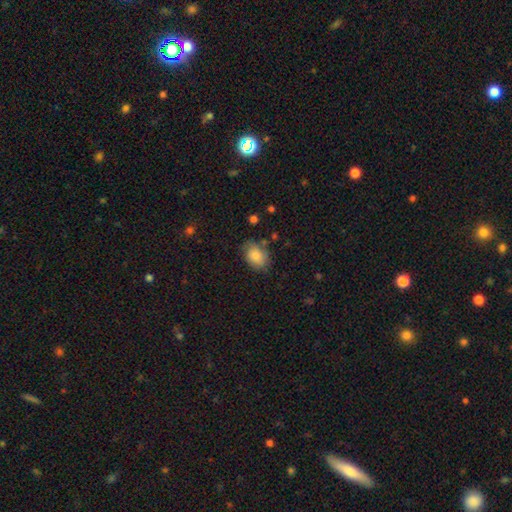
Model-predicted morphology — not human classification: smooth-or-featured: smooth: 81% | featured or disk: 11% | star or artifact: 7%
  how-rounded: in between: 76% | round: 23% | cigar-shaped: 1%
  merging: none: 71% | minor disturbance: 21% | major disturbance: 5% | merger: 2%